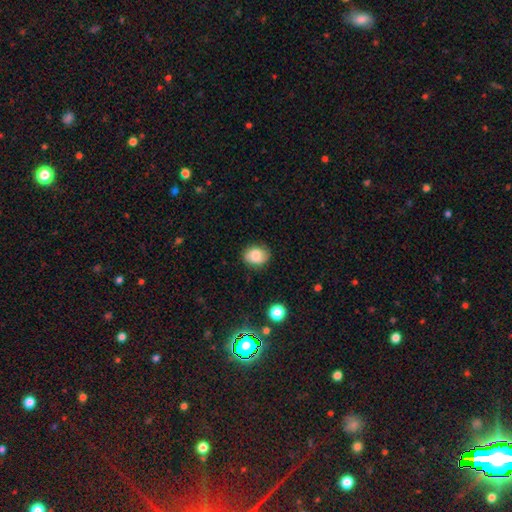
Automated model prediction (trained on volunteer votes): Smooth or featured? Predicted: smooth (p=0.72). How rounded? Predicted: in between (p=0.51). Merging? Predicted: none (p=0.80).